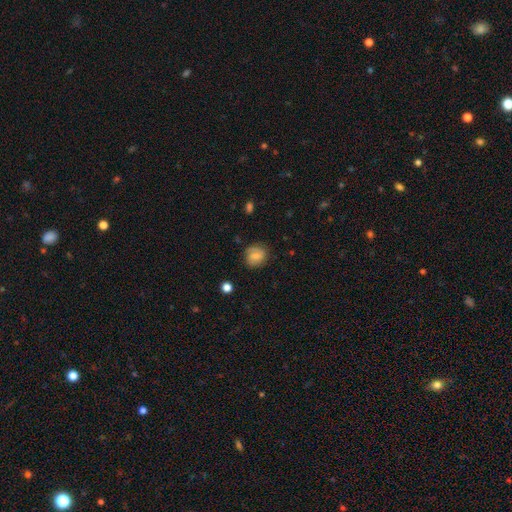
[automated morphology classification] type=smooth (66%); roundness=round (73%); merging=none (73%).